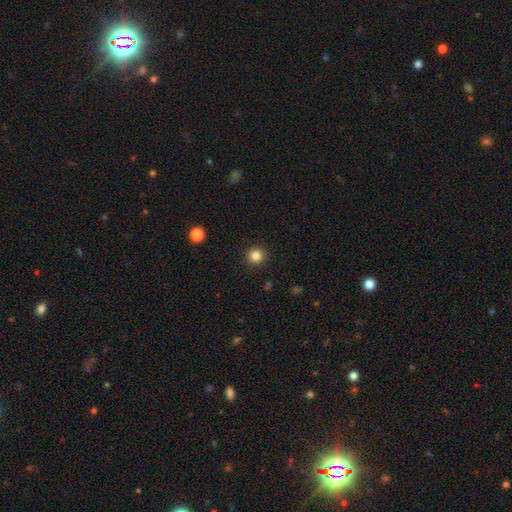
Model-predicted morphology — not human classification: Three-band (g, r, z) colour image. It shows a smooth galaxy with no disk features (83%) that is round (95%). Merging: none (92%).